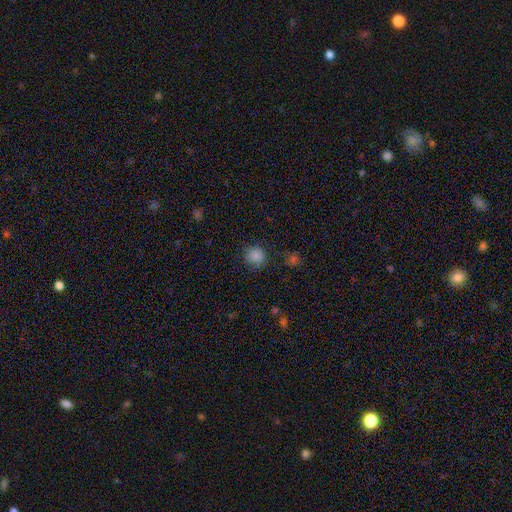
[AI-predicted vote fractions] Smooth or featured? smooth (85%)
How rounded? round (89%)
Merging? none (86%)